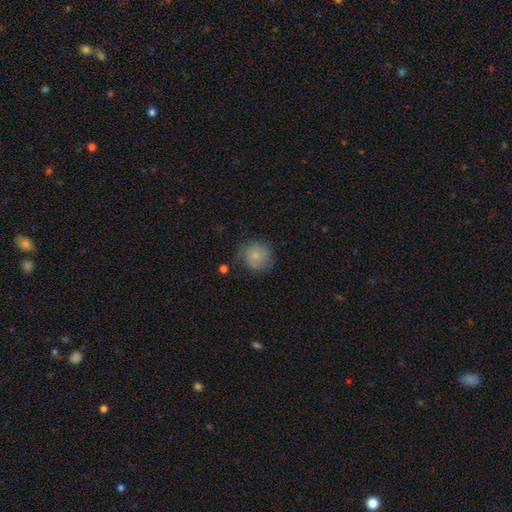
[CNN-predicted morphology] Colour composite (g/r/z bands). It shows a smooth galaxy with no disk features (75%) that is round (88%). Merging: none (66%).